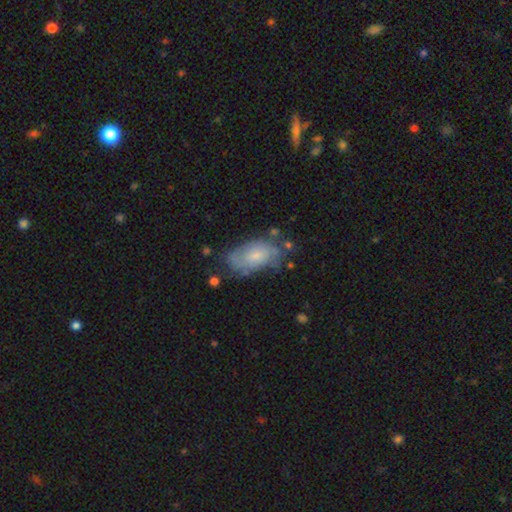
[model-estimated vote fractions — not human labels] Morphology: type=featured or disk (50%); merging=none (54%).